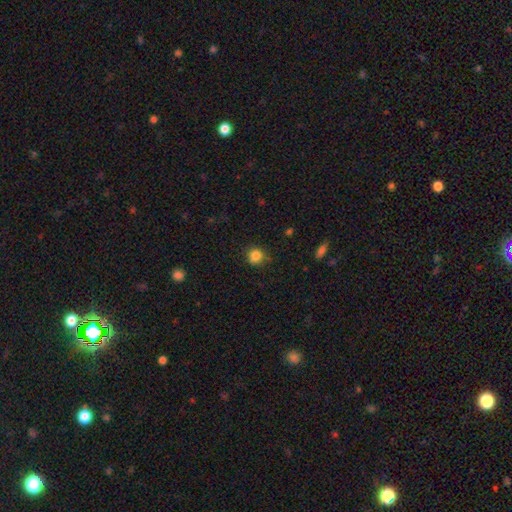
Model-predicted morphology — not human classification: Smooth or featured? smooth (84%)
How rounded? round (87%)
Merging? none (80%)